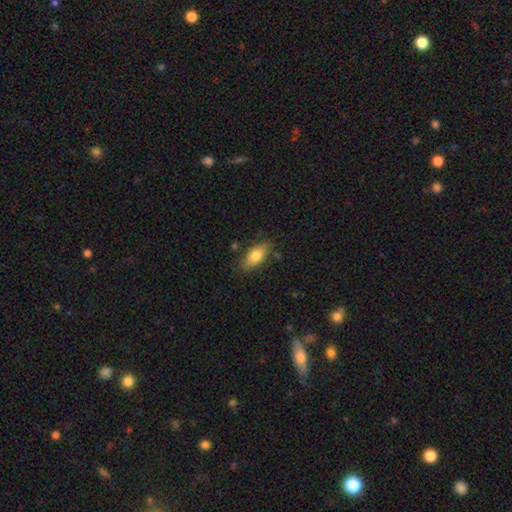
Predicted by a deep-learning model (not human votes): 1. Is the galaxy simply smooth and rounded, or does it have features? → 77% smooth, 17% featured or disk, 7% star or artifact.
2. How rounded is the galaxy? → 83% in between, 14% cigar-shaped, 3% round.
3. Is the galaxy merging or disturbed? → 79% none, 15% minor disturbance, 3% major disturbance, 3% merger.